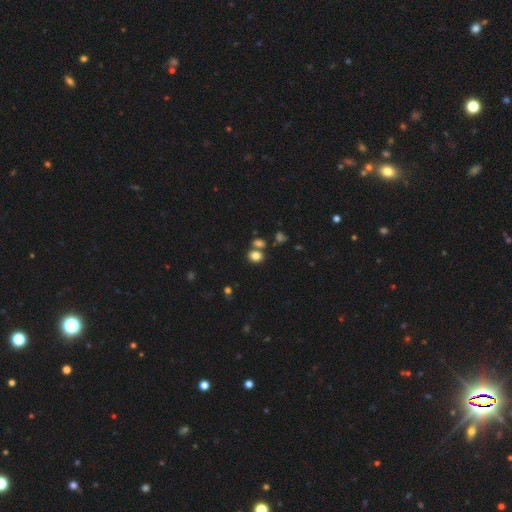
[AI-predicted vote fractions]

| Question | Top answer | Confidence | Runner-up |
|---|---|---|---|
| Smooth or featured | smooth | 81% | star or artifact (12%) |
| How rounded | in between | 58% | round (41%) |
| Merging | none | 62% | merger (23%) |